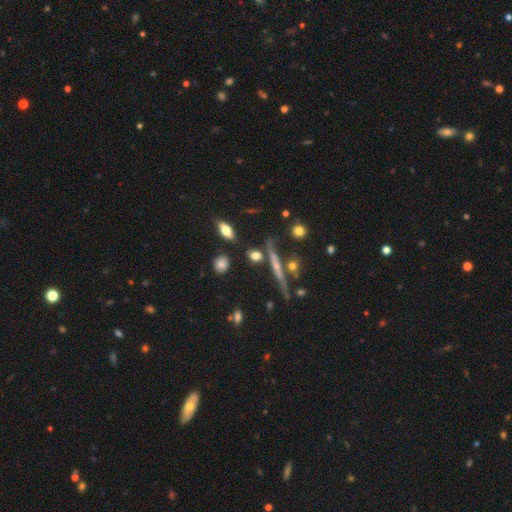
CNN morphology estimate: smooth-or-featured: featured or disk: 46% | smooth: 40% | star or artifact: 13%
  merging: none: 69% | minor disturbance: 16% | merger: 9% | major disturbance: 6%